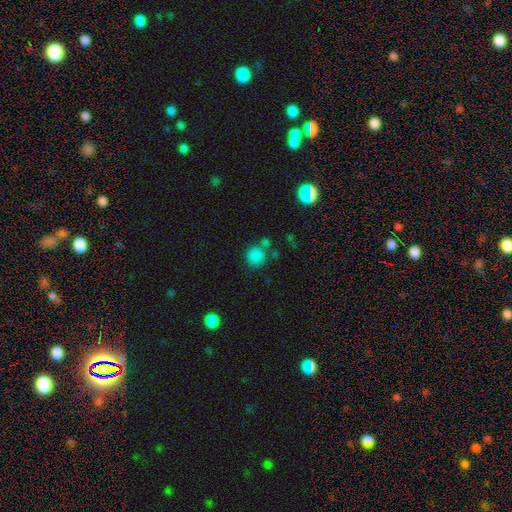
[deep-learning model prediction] This appears to be a smooth galaxy with no disk features (82%) that is round (87%). Merging: none (68%).